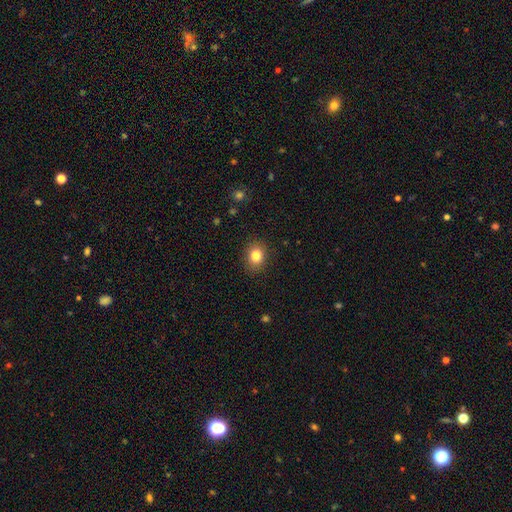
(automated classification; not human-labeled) Overall: smooth (83%). How rounded: round (53%; in between 46%). Merging: none (88%).